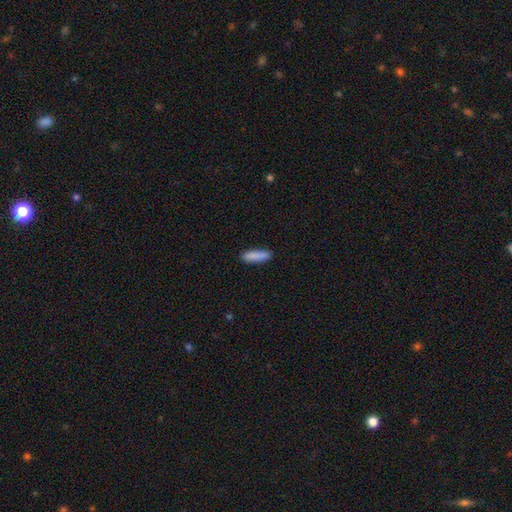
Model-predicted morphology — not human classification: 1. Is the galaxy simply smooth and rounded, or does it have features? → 88% smooth, 6% star or artifact, 6% featured or disk.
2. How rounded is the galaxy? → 70% cigar-shaped, 28% in between, 2% round.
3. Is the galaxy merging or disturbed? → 89% none, 8% minor disturbance, 2% major disturbance, 1% merger.